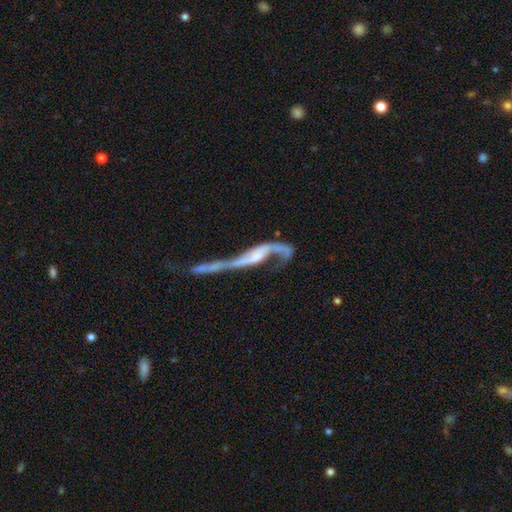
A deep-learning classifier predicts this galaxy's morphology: Smooth or featured: featured or disk — 80% (smooth — 12%)
Edge-on disk: no — 77% (yes — 23%)
Bar: no — 53% (weak — 29%)
Spiral arms: yes — 75% (no — 25%)
Bulge size: none — 41% (small — 33%)
Merging: merger — 36% (major disturbance — 32%)